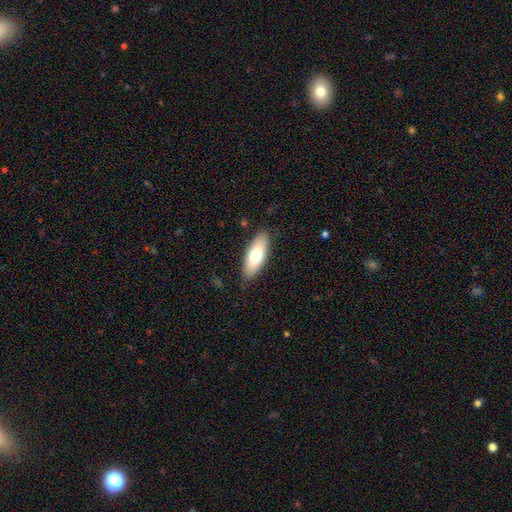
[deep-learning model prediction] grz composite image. It shows a smooth galaxy with no disk features (70%) that is in between round and cigar-shaped (72%). Merging: none (87%).